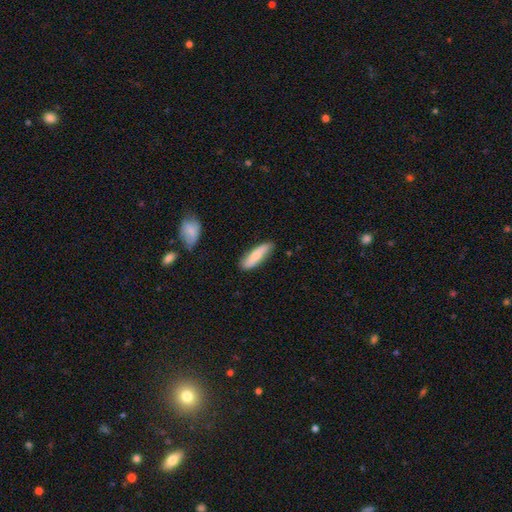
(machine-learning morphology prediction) Smooth or featured? Predicted: smooth (p=0.78). How rounded? Predicted: cigar-shaped (p=0.64). Merging? Predicted: none (p=0.79).